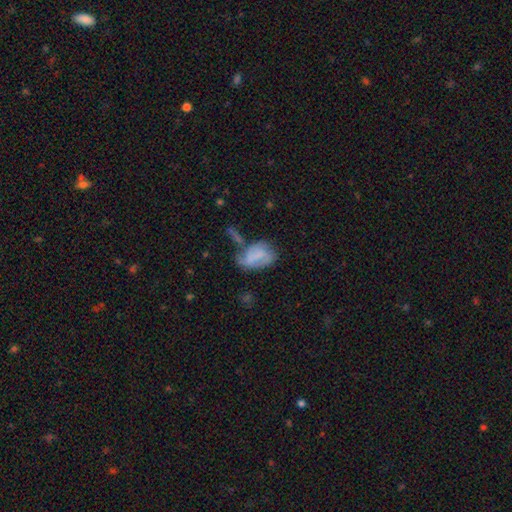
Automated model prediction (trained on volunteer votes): smooth 49%, featured or disk 42%, star or artifact 9%. Down the decision tree: merging — none (33%).